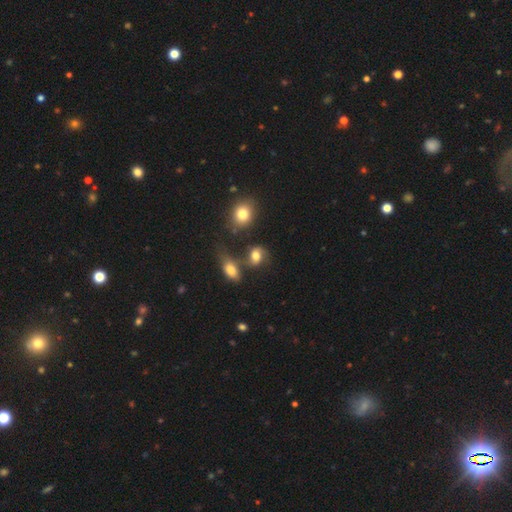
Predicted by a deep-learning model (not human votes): Morphology: type=smooth (60%); roundness=in between (54%); merging=none (50%).